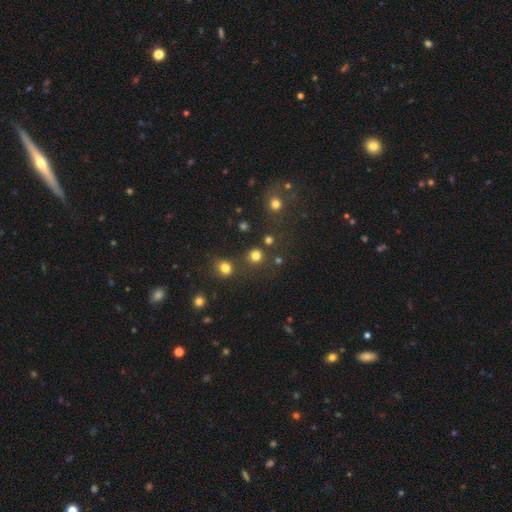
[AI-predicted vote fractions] The model was most divided on "smooth or featured": smooth: 78%, star or artifact: 18%, featured or disk: 5%. More confident: how rounded — round (91%); merging — none (79%).